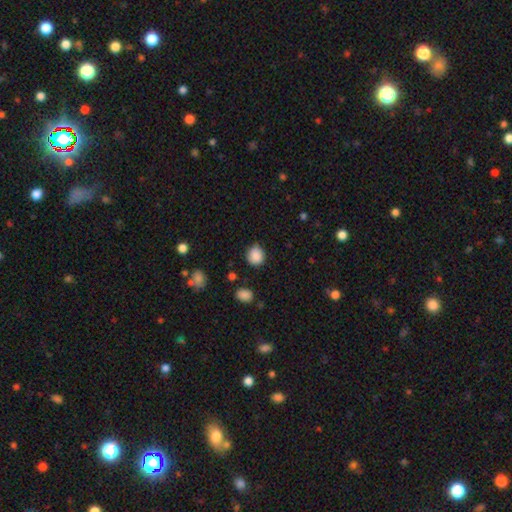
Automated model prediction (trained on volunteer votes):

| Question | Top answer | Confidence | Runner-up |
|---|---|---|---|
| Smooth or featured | smooth | 87% | star or artifact (9%) |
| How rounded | round | 82% | in between (17%) |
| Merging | none | 80% | minor disturbance (15%) |